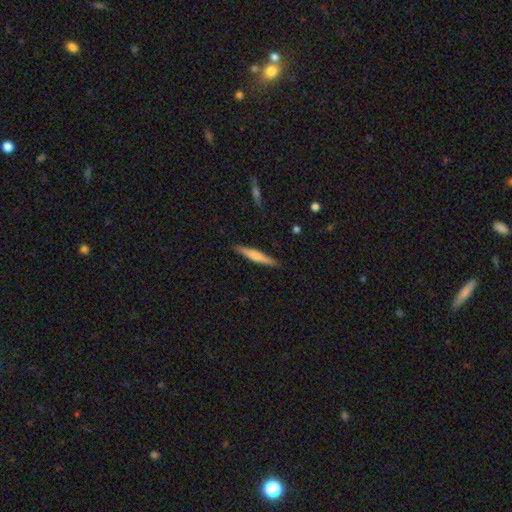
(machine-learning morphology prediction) Smooth or featured?
  - smooth: 52% *
  - featured or disk: 43%
  - star or artifact: 5%
How rounded?
  - cigar-shaped: 93% *
  - in between: 6%
  - round: 1%
Merging?
  - none: 90% *
  - minor disturbance: 8%
  - major disturbance: 1%
  - merger: 1%